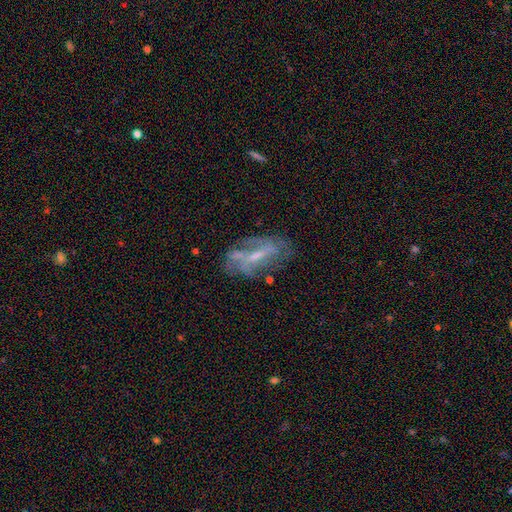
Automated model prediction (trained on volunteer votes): Q: Smooth or featured?
A: featured or disk (71%); runner-up: smooth (19%)
Q: Edge-on disk?
A: no (87%); runner-up: yes (13%)
Q: Bar?
A: weak (43%); runner-up: strong (28%)
Q: Spiral arms?
A: yes (67%); runner-up: no (33%)
Q: Bulge size?
A: small (52%); runner-up: moderate (33%)
Q: Merging?
A: none (59%); runner-up: minor disturbance (22%)